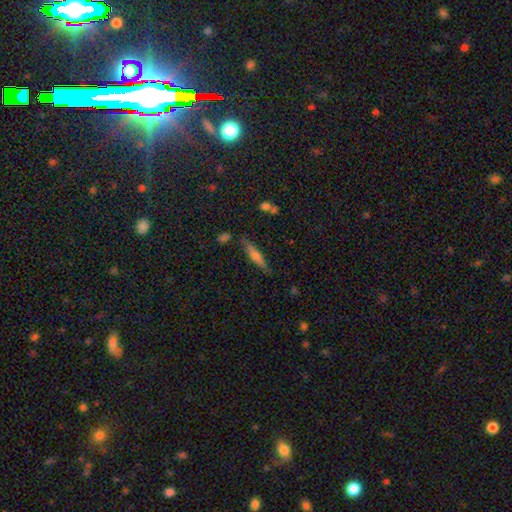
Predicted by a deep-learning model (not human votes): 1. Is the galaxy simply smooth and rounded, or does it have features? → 49% smooth, 42% featured or disk, 9% star or artifact.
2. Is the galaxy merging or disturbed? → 81% none, 12% minor disturbance, 4% merger, 3% major disturbance.